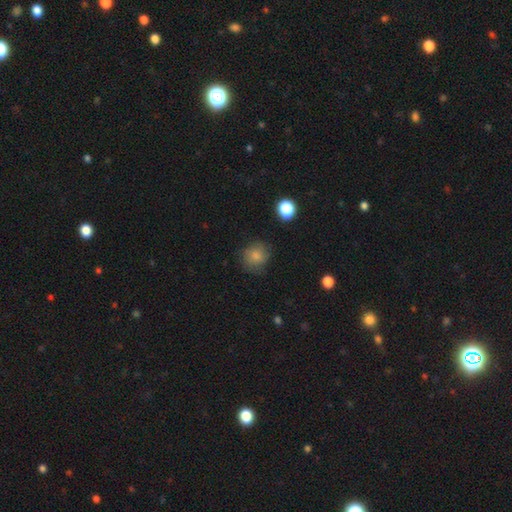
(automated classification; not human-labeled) Smooth or featured: smooth — 80% (star or artifact — 11%)
How rounded: round — 84% (in between — 15%)
Merging: none — 75% (minor disturbance — 18%)